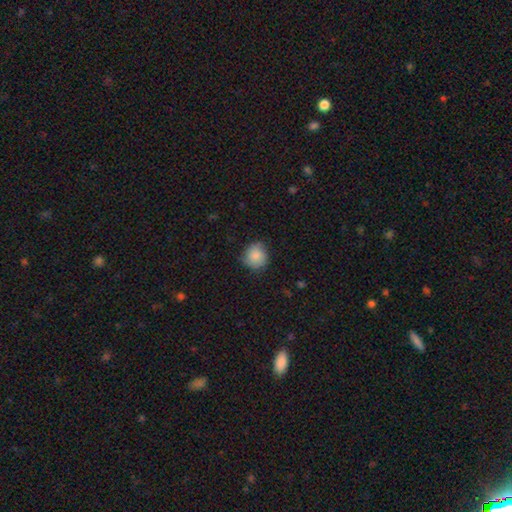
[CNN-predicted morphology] Overall: smooth (85%). How rounded: round (88%). Merging: none (76%).